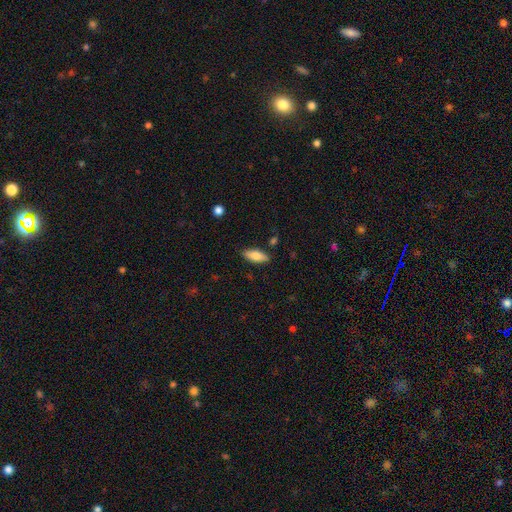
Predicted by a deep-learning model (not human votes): Q: Smooth or featured?
A: smooth (78%); runner-up: featured or disk (16%)
Q: How rounded?
A: in between (74%); runner-up: cigar-shaped (24%)
Q: Merging?
A: none (85%); runner-up: minor disturbance (10%)